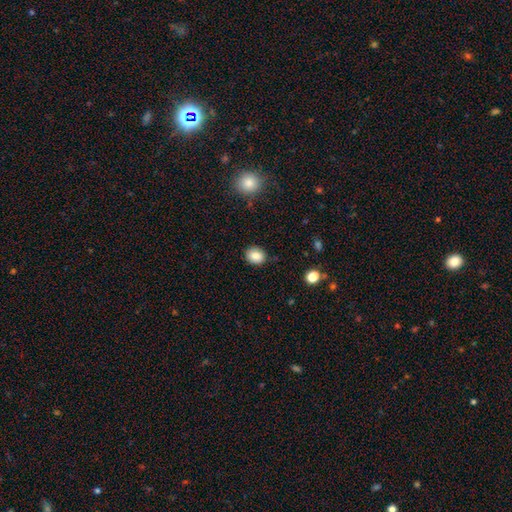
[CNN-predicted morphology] Smooth or featured?
  - smooth: 84% *
  - star or artifact: 9%
  - featured or disk: 7%
How rounded?
  - round: 67% *
  - in between: 32%
  - cigar-shaped: 1%
Merging?
  - none: 86% *
  - minor disturbance: 10%
  - major disturbance: 2%
  - merger: 2%